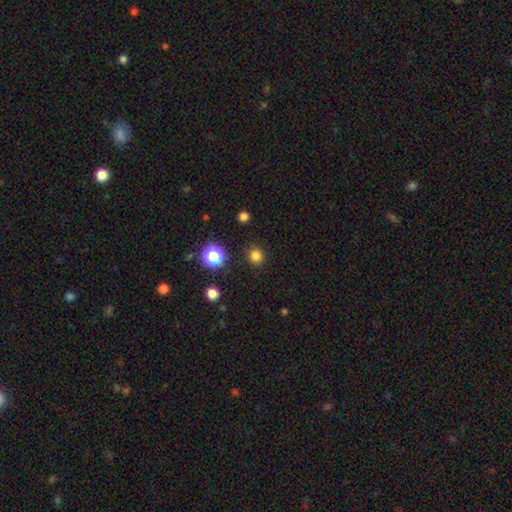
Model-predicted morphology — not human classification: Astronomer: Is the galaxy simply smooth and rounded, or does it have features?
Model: smooth — 80%.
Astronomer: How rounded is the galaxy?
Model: round — 91%.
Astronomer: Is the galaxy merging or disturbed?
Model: none — 91%.